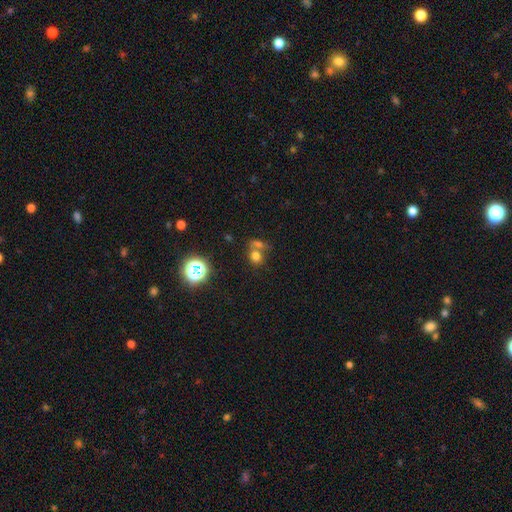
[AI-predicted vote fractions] smooth-or-featured: smooth: 70% | star or artifact: 20% | featured or disk: 10%
  how-rounded: round: 68% | in between: 30% | cigar-shaped: 1%
  merging: merger: 45% | none: 42% | minor disturbance: 8% | major disturbance: 5%